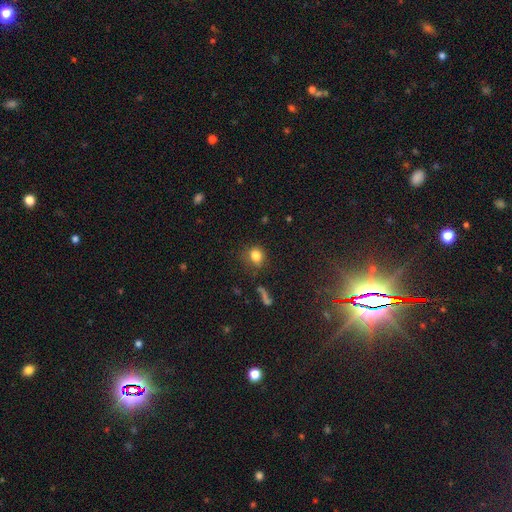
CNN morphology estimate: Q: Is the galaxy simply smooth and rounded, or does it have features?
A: smooth — 81%.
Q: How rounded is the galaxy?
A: round — 67%.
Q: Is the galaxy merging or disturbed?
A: none — 72%.